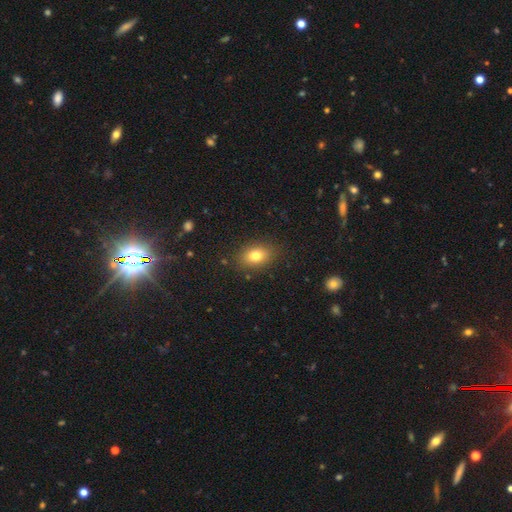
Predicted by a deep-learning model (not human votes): This appears to be a smooth galaxy with no disk features (79%) that is in between round and cigar-shaped (77%). Merging: none (85%).